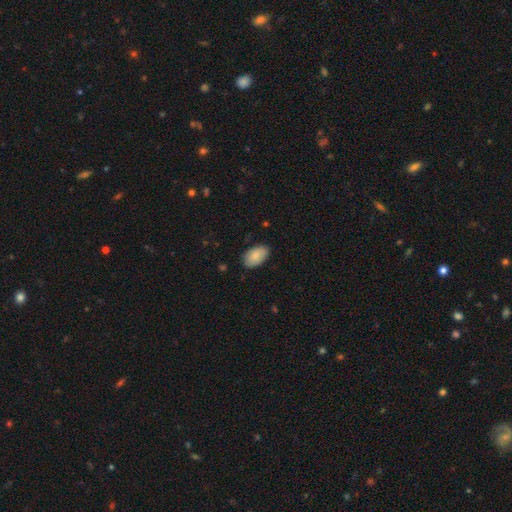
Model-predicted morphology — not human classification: Overall: smooth (86%). How rounded: in between (94%). Merging: none (82%).